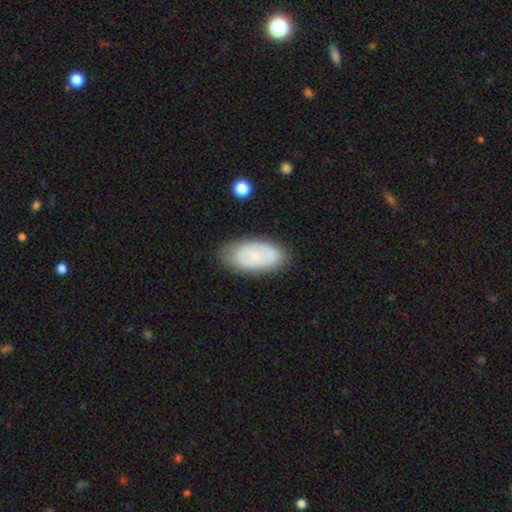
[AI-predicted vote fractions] smooth-or-featured: smooth: 54% | featured or disk: 40% | star or artifact: 6%
  how-rounded: in between: 93% | round: 4% | cigar-shaped: 3%
  merging: none: 78% | minor disturbance: 16% | major disturbance: 4% | merger: 2%